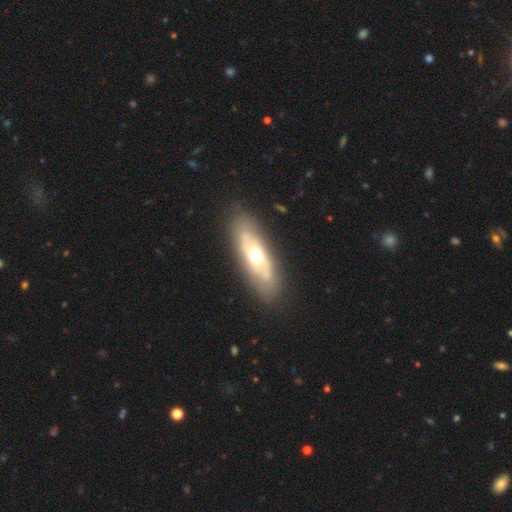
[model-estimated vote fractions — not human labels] Smooth or featured? Predicted: featured or disk (p=0.57). Edge-on disk? Predicted: no (p=0.74). Merging? Predicted: none (p=0.83).